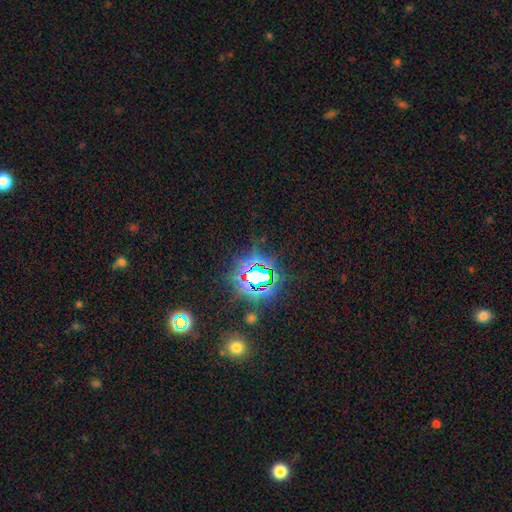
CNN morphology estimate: smooth-or-featured: star or artifact: 81% | smooth: 11% | featured or disk: 7%